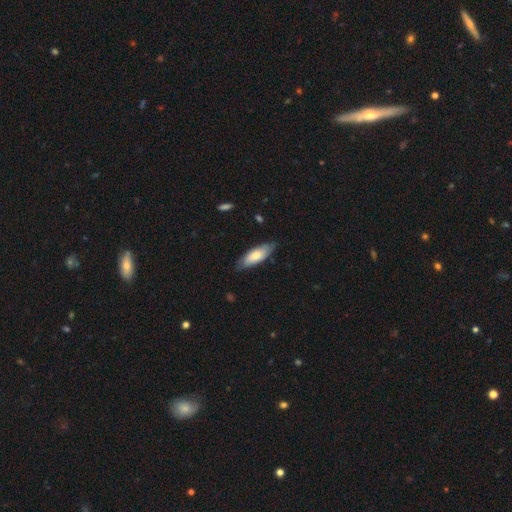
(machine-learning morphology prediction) type=smooth (70%); roundness=in between (65%); merging=none (79%).